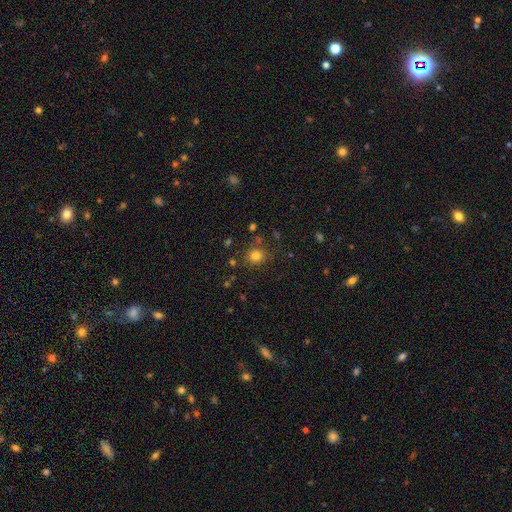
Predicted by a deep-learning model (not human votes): smooth-or-featured: smooth: 79% | star or artifact: 15% | featured or disk: 6%
  how-rounded: round: 79% | in between: 20% | cigar-shaped: 1%
  merging: none: 81% | minor disturbance: 11% | merger: 4% | major disturbance: 4%